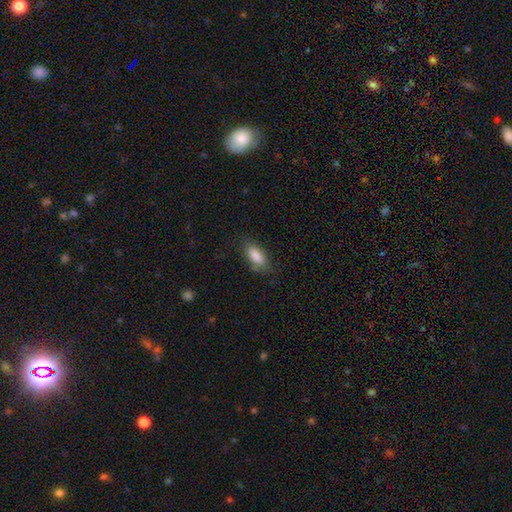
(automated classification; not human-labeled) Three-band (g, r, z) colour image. It shows a smooth galaxy with no disk features (85%) that is in between round and cigar-shaped (83%). Merging: none (76%).